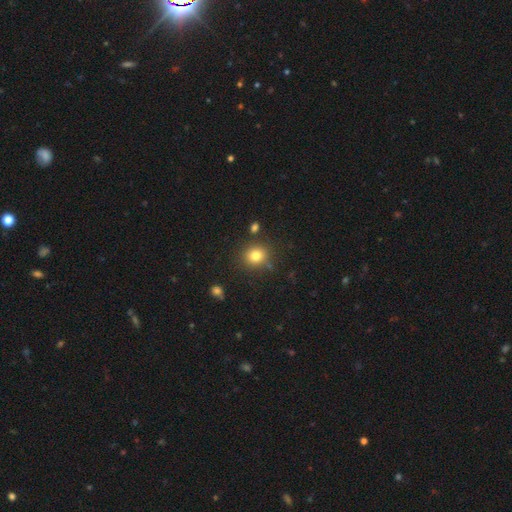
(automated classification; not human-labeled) A smooth galaxy with no disk features (80%) that is round (81%).

Vote fractions:
- Smooth or featured? smooth: 80% / star or artifact: 13% / featured or disk: 8%
- How rounded? round: 81% / in between: 18% / cigar-shaped: 1%
- Merging? none: 83% / minor disturbance: 9% / merger: 5% / major disturbance: 3%